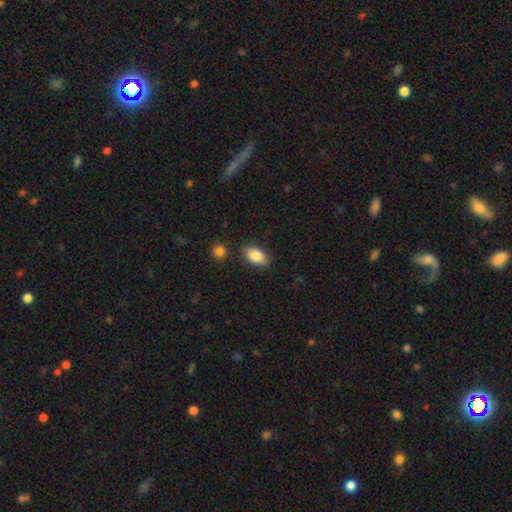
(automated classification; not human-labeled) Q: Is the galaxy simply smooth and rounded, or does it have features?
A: smooth — 86%.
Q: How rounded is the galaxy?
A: in between — 92%.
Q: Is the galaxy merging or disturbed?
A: none — 84%.